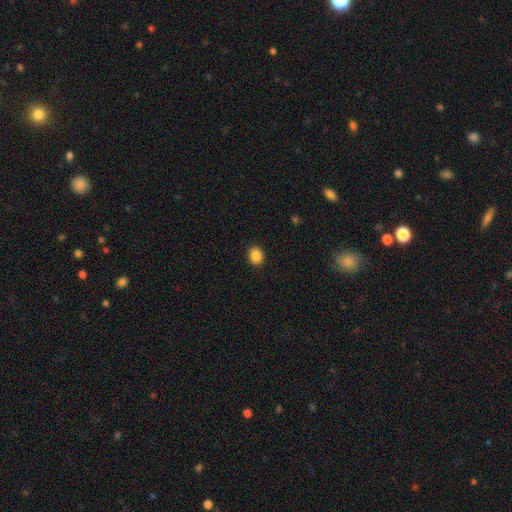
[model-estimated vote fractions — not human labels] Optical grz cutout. It shows a smooth galaxy with no disk features (87%) that is round (56%). Merging: none (91%).